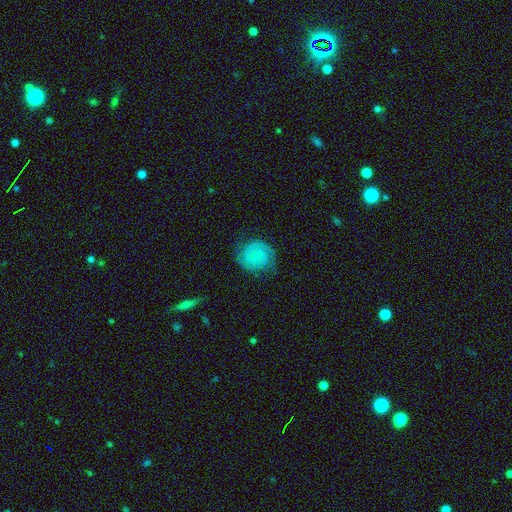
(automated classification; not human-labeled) The model was most divided on "spiral winding": tight: 65%, medium: 29%, loose: 6%. More confident: edge-on disk — no (98%); spiral arms — yes (96%); spiral arm count — 2 (80%); merging — none (77%); smooth or featured — featured or disk (77%); bulge size — small (73%); bar — no (69%).